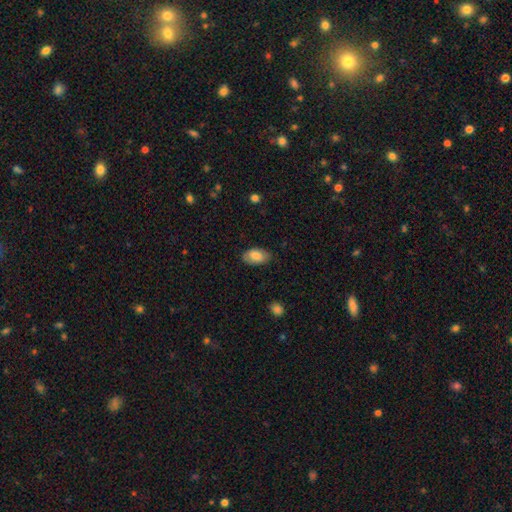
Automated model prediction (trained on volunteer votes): A smooth galaxy with no disk features (82%) that is in between round and cigar-shaped (94%). Merging: none (80%).